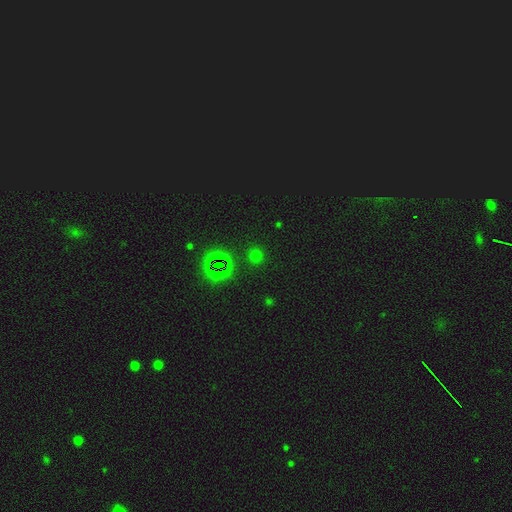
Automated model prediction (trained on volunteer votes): This is possibly a smooth galaxy (58%). How rounded: clearly round (92%). Merging: clearly none (88%).